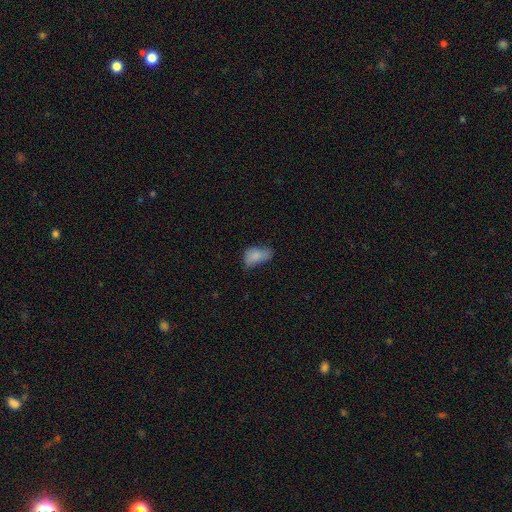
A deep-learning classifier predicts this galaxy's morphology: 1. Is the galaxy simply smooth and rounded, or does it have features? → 78% smooth, 12% featured or disk, 9% star or artifact.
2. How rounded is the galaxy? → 91% in between, 6% round, 3% cigar-shaped.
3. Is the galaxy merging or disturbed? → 39% none (tied), 39% minor disturbance (tied), 18% major disturbance, 4% merger.